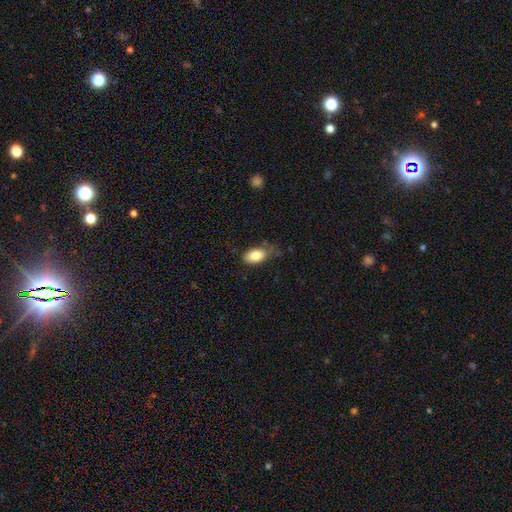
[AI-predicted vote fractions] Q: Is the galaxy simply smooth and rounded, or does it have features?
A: smooth — 81%.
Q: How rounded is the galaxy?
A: in between — 91%.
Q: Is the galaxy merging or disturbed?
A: none — 54%.